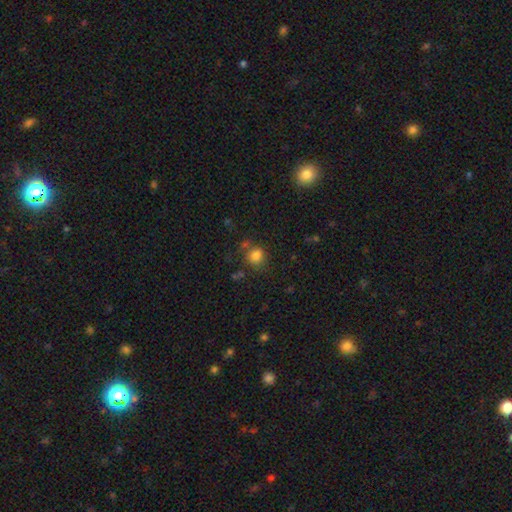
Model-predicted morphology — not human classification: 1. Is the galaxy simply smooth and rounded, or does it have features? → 81% smooth, 12% star or artifact, 6% featured or disk.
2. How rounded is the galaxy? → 83% round, 16% in between, 1% cigar-shaped.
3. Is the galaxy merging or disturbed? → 70% none, 14% minor disturbance, 10% merger, 5% major disturbance.